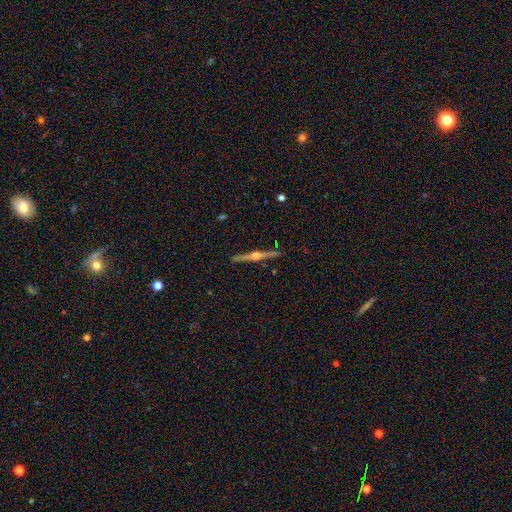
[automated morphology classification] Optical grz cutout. It shows a featured or disk galaxy (85%) viewed edge-on (99%) with a rounded central bulge (94%). Merging: none (92%).